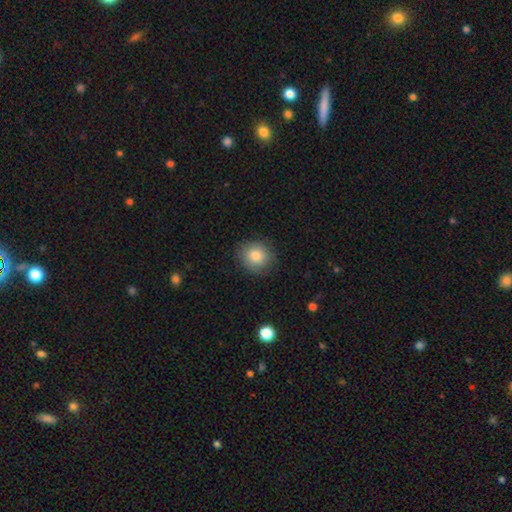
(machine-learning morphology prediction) A smooth galaxy with no disk features (83%) that is round (80%).

Vote fractions:
- Smooth or featured? smooth: 83% / star or artifact: 9% / featured or disk: 9%
- How rounded? round: 80% / in between: 19% / cigar-shaped: 1%
- Merging? none: 85% / minor disturbance: 11% / major disturbance: 3% / merger: 1%